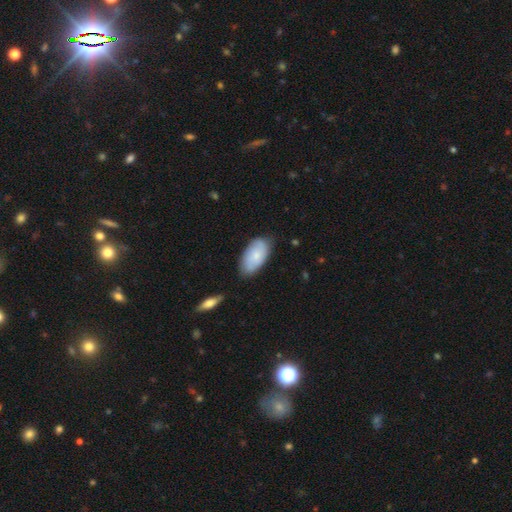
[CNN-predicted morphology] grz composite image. It shows a smooth galaxy with no disk features (69%) that is in between round and cigar-shaped (94%). Merging: none (72%).